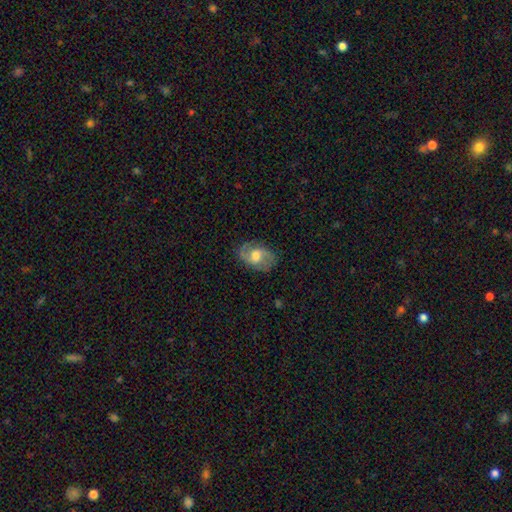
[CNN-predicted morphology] This appears to be a featured or disk galaxy (66%) with a weak bar (47%), 2 (85%) medium (47%) spiral arms (88%) and a moderate central bulge (57%). Merging: none (77%).